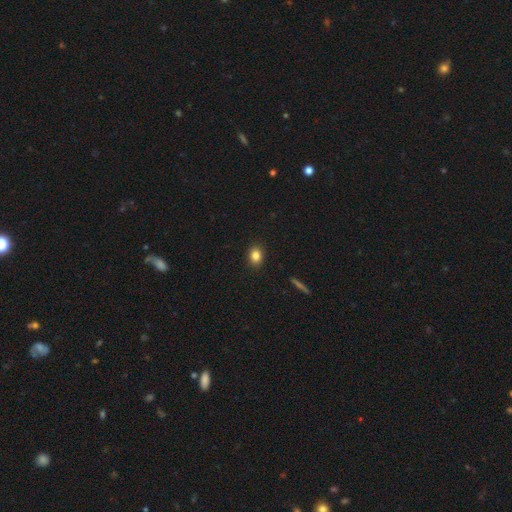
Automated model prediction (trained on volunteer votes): A smooth galaxy with no disk features (83%) that is in between round and cigar-shaped (52%).

Vote fractions:
- Smooth or featured? smooth: 83% / star or artifact: 10% / featured or disk: 6%
- How rounded? in between: 52% / round: 46% / cigar-shaped: 2%
- Merging? none: 90% / minor disturbance: 7% / major disturbance: 2% / merger: 1%